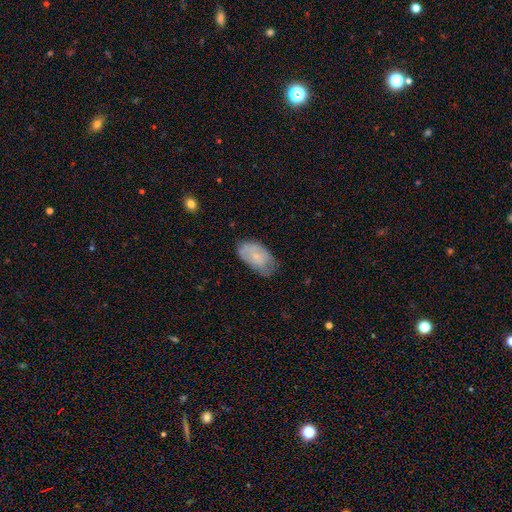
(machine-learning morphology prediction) This appears to be a smooth galaxy with no disk features (56%) that is in between round and cigar-shaped (93%). Merging: none (54%).